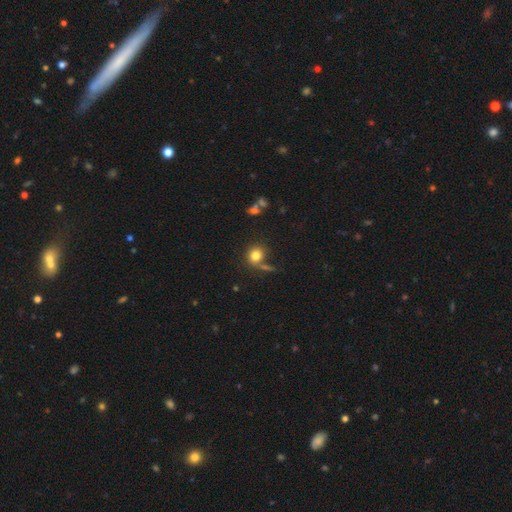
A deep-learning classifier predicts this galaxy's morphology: Smooth or featured?
  - smooth: 79% *
  - star or artifact: 12%
  - featured or disk: 9%
How rounded?
  - round: 81% *
  - in between: 18%
  - cigar-shaped: 1%
Merging?
  - none: 63% *
  - merger: 15%
  - minor disturbance: 14%
  - major disturbance: 8%